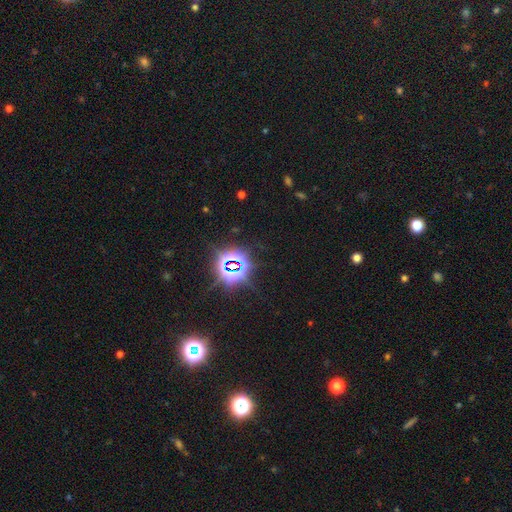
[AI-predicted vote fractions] A star or artifact, not a galaxy (80%).